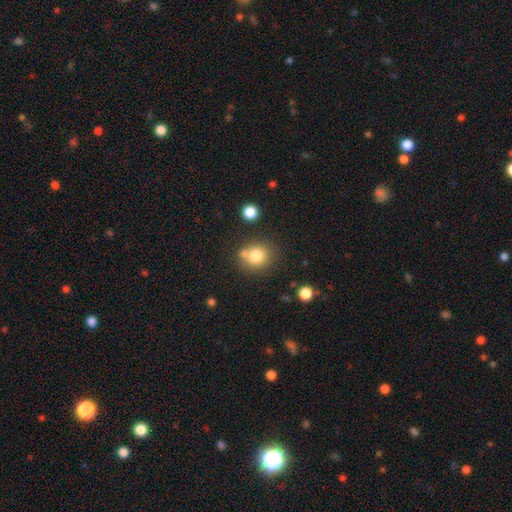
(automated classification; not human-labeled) This is likely a smooth galaxy (79%). How rounded: likely round (79%). Merging: likely none (63%).